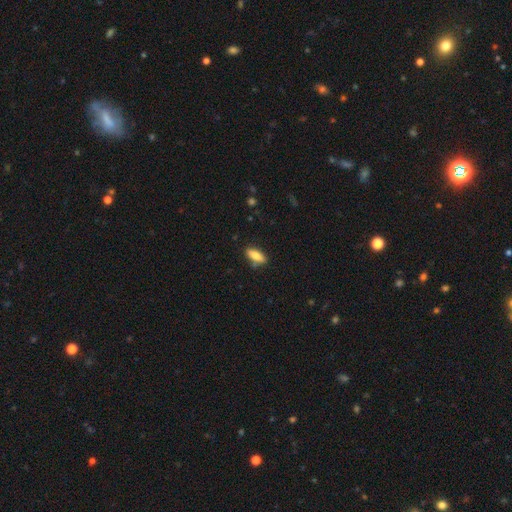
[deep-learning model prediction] Smooth or featured? smooth (81%)
How rounded? in between (78%)
Merging? none (82%)